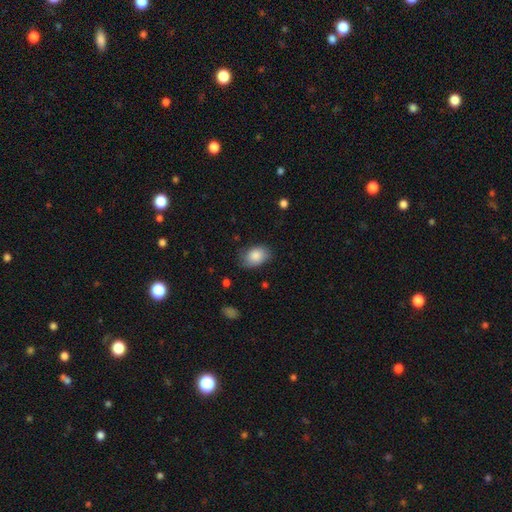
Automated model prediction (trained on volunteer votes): Smooth or featured? smooth (87%)
How rounded? in between (81%)
Merging? none (74%)